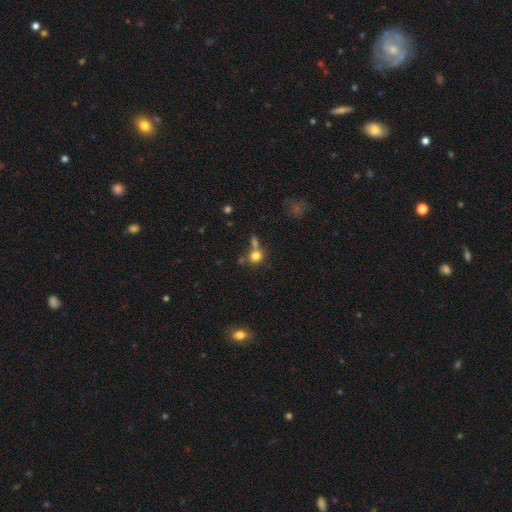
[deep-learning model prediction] The model was most divided on "merging": none: 53%, merger: 30%, minor disturbance: 11%, major disturbance: 6%. More confident: how rounded — round (81%); smooth or featured — smooth (78%).